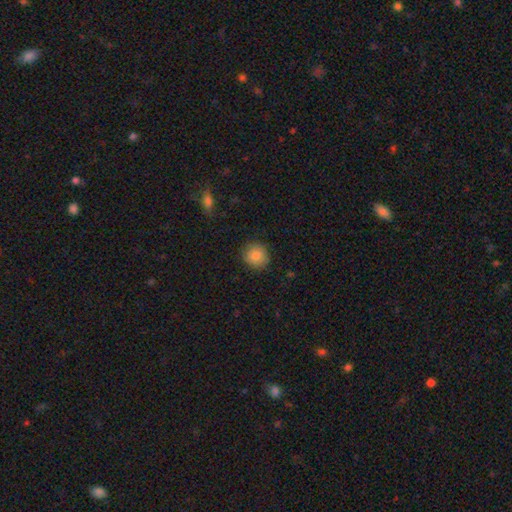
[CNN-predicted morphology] Smooth or featured?
  - smooth: 85% *
  - star or artifact: 9%
  - featured or disk: 6%
How rounded?
  - round: 92% *
  - in between: 7%
  - cigar-shaped: 1%
Merging?
  - none: 88% *
  - minor disturbance: 9%
  - major disturbance: 2%
  - merger: 1%